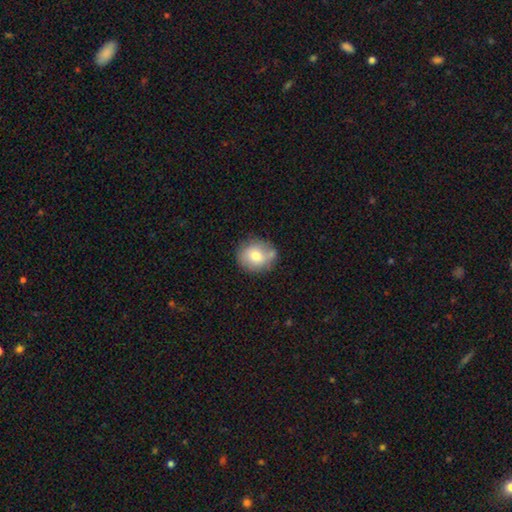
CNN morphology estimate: smooth_or_featured: smooth (p=0.74) [alt: featured or disk p=0.17]
how_rounded: round (p=0.78) [alt: in between p=0.21]
merging: none (p=0.67) [alt: minor disturbance p=0.20]